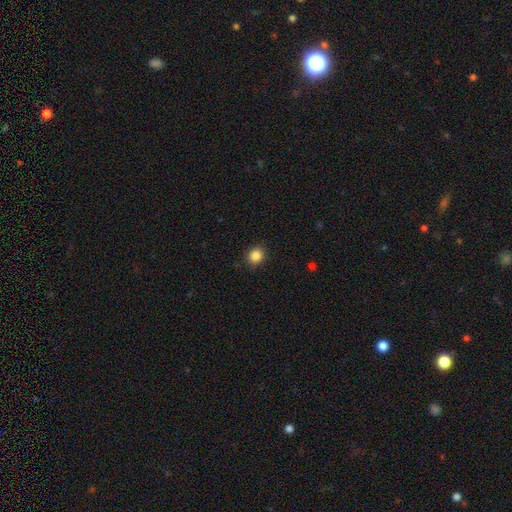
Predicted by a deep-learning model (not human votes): smooth_or_featured: smooth (p=0.86) [alt: star or artifact p=0.10]
how_rounded: round (p=0.74) [alt: in between p=0.25]
merging: none (p=0.89) [alt: minor disturbance p=0.08]